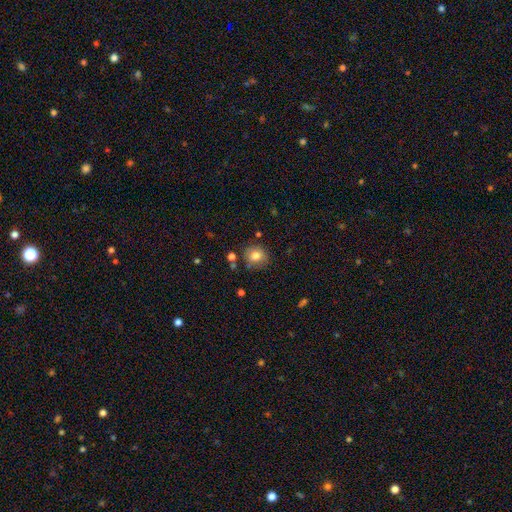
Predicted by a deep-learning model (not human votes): Q: Smooth or featured?
A: smooth (79%); runner-up: featured or disk (11%)
Q: How rounded?
A: round (82%); runner-up: in between (17%)
Q: Merging?
A: none (79%); runner-up: minor disturbance (13%)